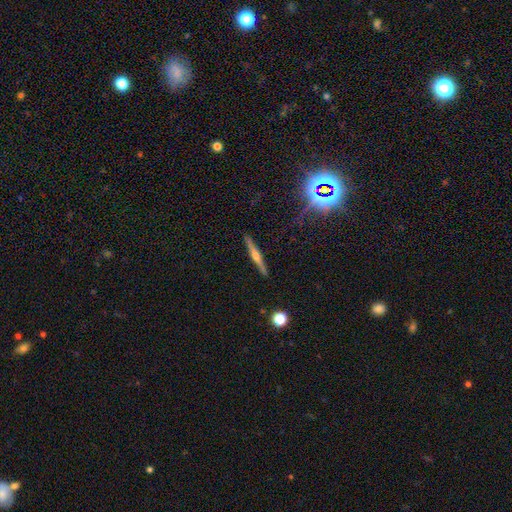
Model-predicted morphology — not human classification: smooth_or_featured: featured or disk (p=0.68) [alt: smooth p=0.23]
disk_edge_on: yes (p=0.98) [alt: no p=0.02]
edge_on_bulge: rounded (p=0.80) [alt: boxy p=0.11]
merging: none (p=0.90) [alt: minor disturbance p=0.07]